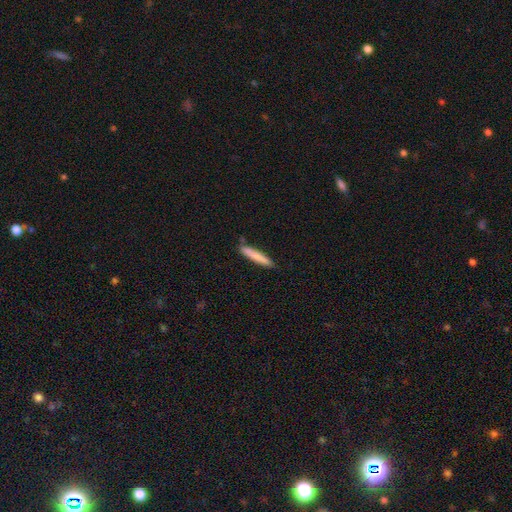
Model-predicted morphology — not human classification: This appears to be a smooth galaxy with no disk features (78%) that is cigar-shaped (93%). Merging: none (85%).